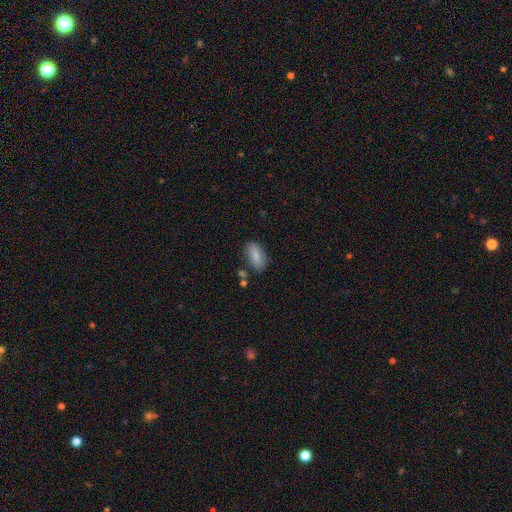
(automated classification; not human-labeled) smooth-or-featured: smooth: 83% | featured or disk: 10% | star or artifact: 7%
  how-rounded: in between: 89% | cigar-shaped: 7% | round: 4%
  merging: none: 74% | minor disturbance: 17% | merger: 4% | major disturbance: 4%